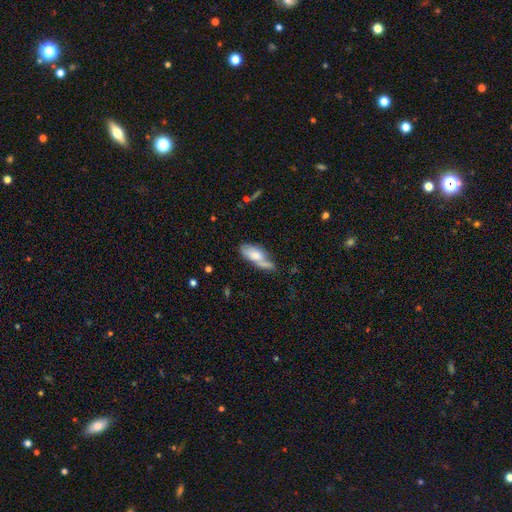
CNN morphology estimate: smooth-or-featured: smooth: 69% | featured or disk: 24% | star or artifact: 7%
  how-rounded: in between: 77% | cigar-shaped: 20% | round: 3%
  merging: none: 41% | merger: 25% | minor disturbance: 23% | major disturbance: 11%